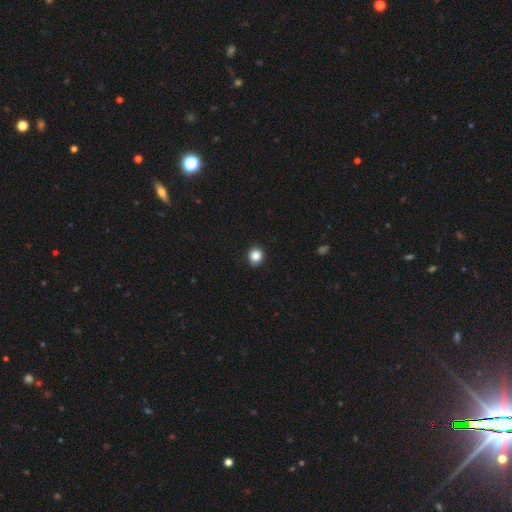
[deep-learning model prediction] Smooth or featured?
  - smooth: 85% *
  - star or artifact: 10%
  - featured or disk: 4%
How rounded?
  - round: 82% *
  - in between: 17%
  - cigar-shaped: 1%
Merging?
  - none: 87% *
  - minor disturbance: 10%
  - major disturbance: 2%
  - merger: 1%